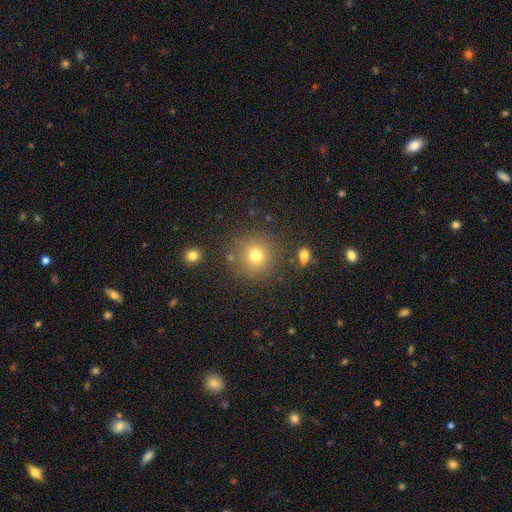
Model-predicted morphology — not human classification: smooth_or_featured: smooth (p=0.75) [alt: star or artifact p=0.16]
how_rounded: round (p=0.92) [alt: in between p=0.07]
merging: none (p=0.83) [alt: minor disturbance p=0.09]